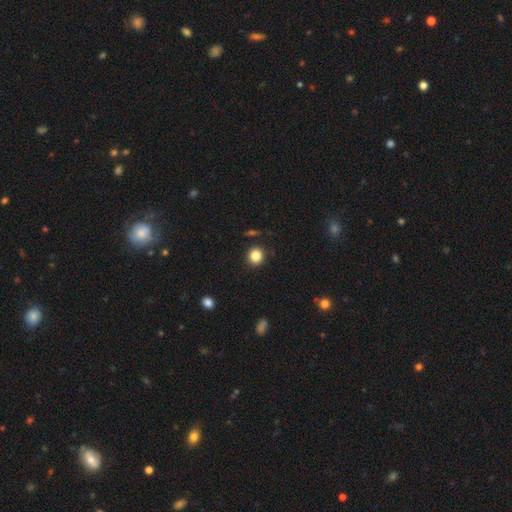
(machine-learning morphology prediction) Smooth or featured?
  - smooth: 85% *
  - star or artifact: 10%
  - featured or disk: 5%
How rounded?
  - round: 87% *
  - in between: 12%
  - cigar-shaped: 1%
Merging?
  - none: 90% *
  - minor disturbance: 6%
  - major disturbance: 2%
  - merger: 2%